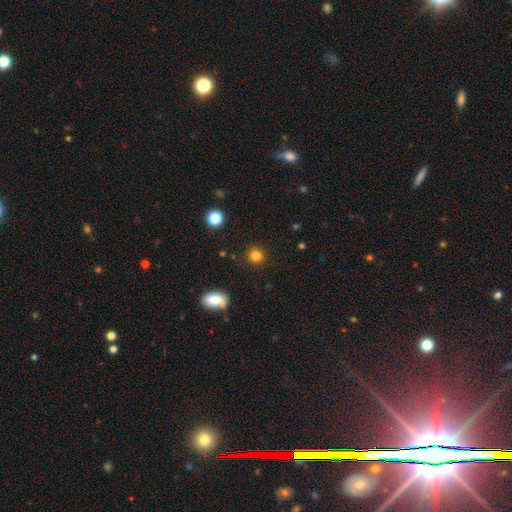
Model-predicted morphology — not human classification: type=smooth (83%); roundness=round (90%); merging=none (90%).